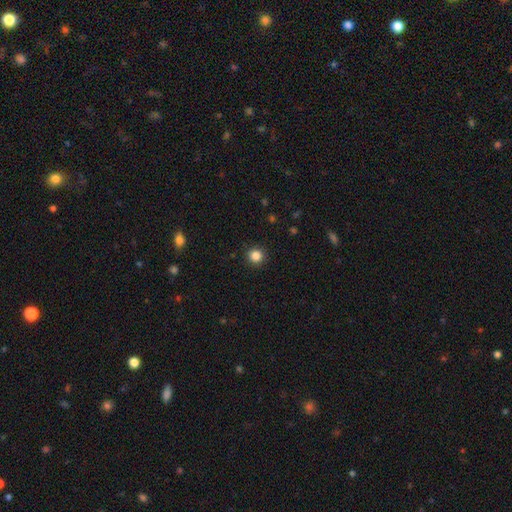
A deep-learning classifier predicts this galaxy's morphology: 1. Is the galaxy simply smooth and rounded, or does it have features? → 85% smooth, 11% star or artifact, 4% featured or disk.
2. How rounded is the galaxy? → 93% round, 6% in between, 1% cigar-shaped.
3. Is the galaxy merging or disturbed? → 92% none, 5% minor disturbance, 2% major disturbance, 1% merger.